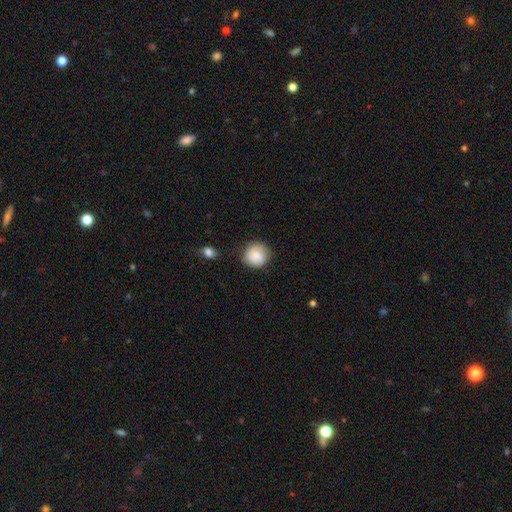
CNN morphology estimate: This is clearly a smooth galaxy (82%). How rounded: clearly round (91%). Merging: clearly none (80%).